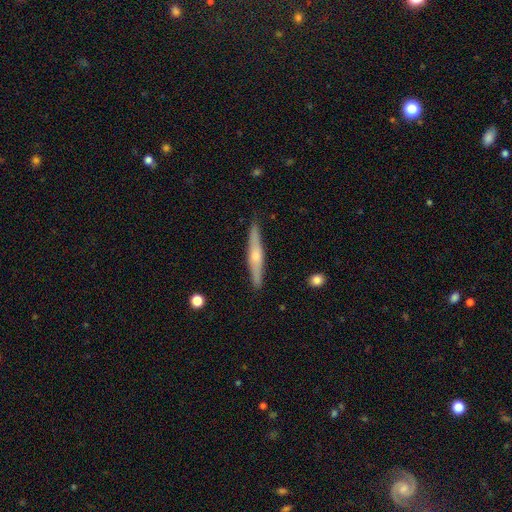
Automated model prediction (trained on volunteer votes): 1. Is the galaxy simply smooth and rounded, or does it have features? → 59% featured or disk, 35% smooth, 6% star or artifact.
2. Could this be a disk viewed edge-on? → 96% yes, 4% no.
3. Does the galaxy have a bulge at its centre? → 83% rounded, 12% none, 5% boxy.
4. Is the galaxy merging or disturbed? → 89% none, 8% minor disturbance, 2% major disturbance, 1% merger.